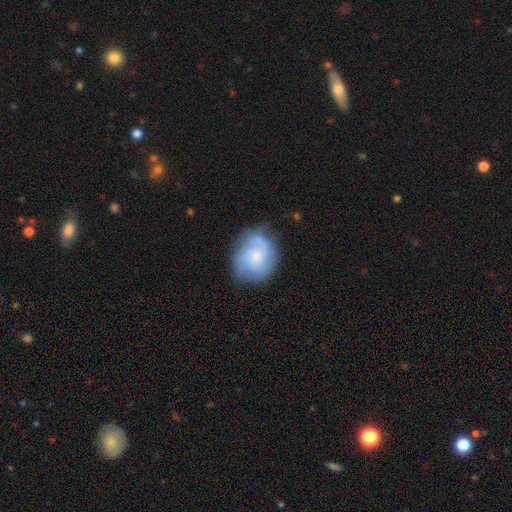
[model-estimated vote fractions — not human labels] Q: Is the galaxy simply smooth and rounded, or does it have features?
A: featured or disk — 65%.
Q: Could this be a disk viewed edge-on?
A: no — 98%.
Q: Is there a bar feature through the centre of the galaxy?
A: no — 74%.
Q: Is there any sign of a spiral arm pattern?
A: yes — 91%.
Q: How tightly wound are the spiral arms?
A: medium — 44%.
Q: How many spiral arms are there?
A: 3 — 40%.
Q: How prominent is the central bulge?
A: small — 65%.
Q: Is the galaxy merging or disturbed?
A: none — 69%.